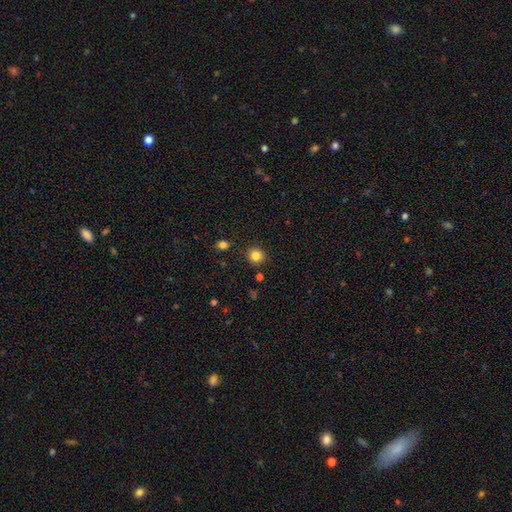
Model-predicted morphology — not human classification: Smooth or featured? smooth (83%)
How rounded? round (92%)
Merging? none (89%)